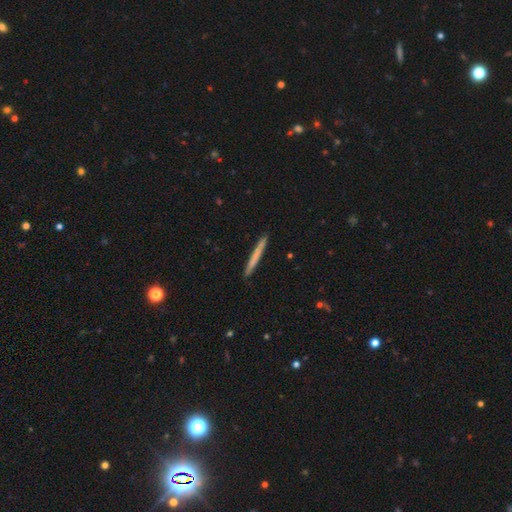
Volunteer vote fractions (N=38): This appears to be a smooth galaxy with no disk features (61%) that is cigar-shaped (100%). Merging: none (95%).